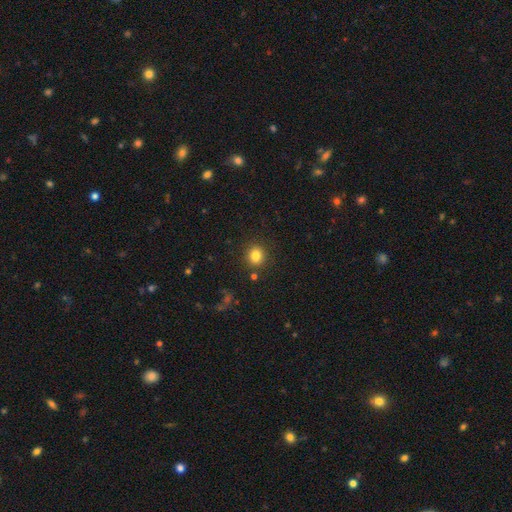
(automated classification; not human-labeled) Q: Smooth or featured?
A: smooth (82%); runner-up: star or artifact (12%)
Q: How rounded?
A: round (84%); runner-up: in between (15%)
Q: Merging?
A: none (87%); runner-up: minor disturbance (7%)